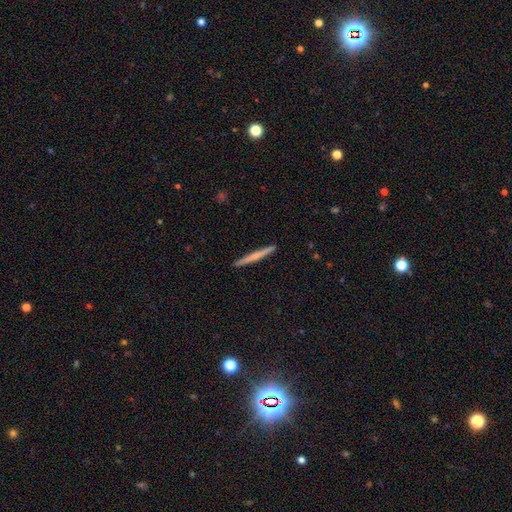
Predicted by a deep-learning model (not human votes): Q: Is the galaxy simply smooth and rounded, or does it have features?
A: smooth — 57%.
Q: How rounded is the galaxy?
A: cigar-shaped — 97%.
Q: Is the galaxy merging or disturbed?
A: none — 92%.